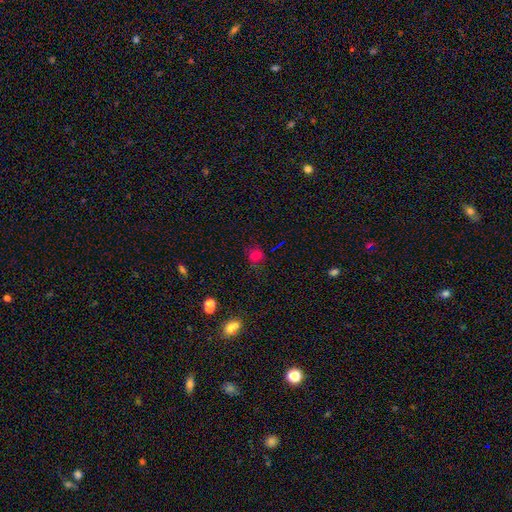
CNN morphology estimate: Smooth or featured? Predicted: smooth (p=0.70). How rounded? Predicted: round (p=0.78). Merging? Predicted: none (p=0.76).